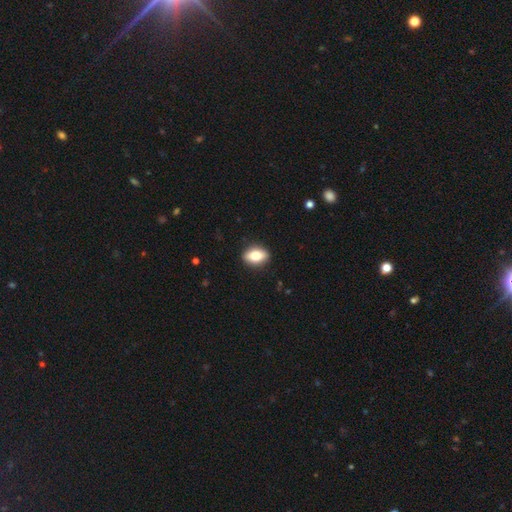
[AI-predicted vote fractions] Overall: smooth (76%). How rounded: in between (80%). Merging: none (89%).